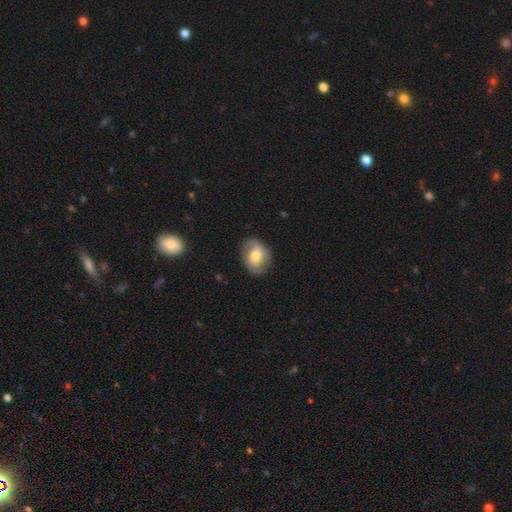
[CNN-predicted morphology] Smooth or featured?
  - smooth: 51% *
  - featured or disk: 41%
  - star or artifact: 7%
How rounded?
  - in between: 64% *
  - round: 35%
  - cigar-shaped: 1%
Merging?
  - none: 79% *
  - minor disturbance: 15%
  - major disturbance: 5%
  - merger: 1%